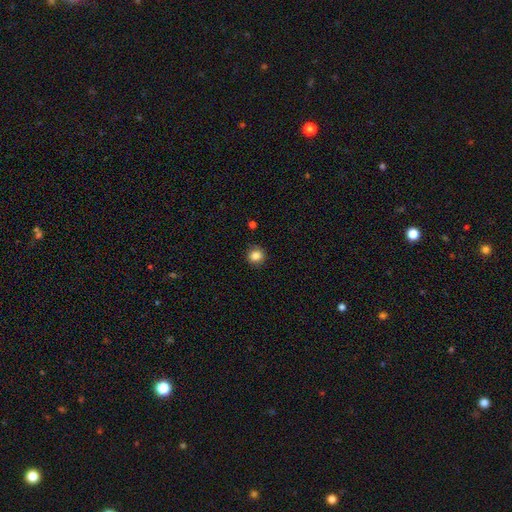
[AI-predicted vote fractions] Smooth or featured?
  - smooth: 85% *
  - star or artifact: 11%
  - featured or disk: 4%
How rounded?
  - round: 87% *
  - in between: 12%
  - cigar-shaped: 1%
Merging?
  - none: 90% *
  - minor disturbance: 7%
  - major disturbance: 2%
  - merger: 1%